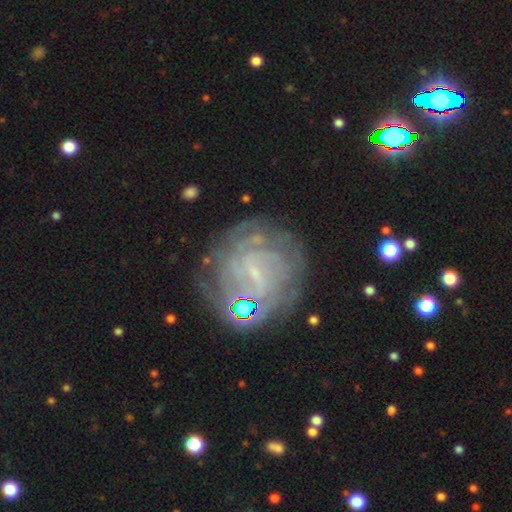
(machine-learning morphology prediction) type=featured or disk (60%); edge-on=no (96%); bar=weak (43%); spiral arms=yes (75%); bulge=small (69%); merging=none (75%).